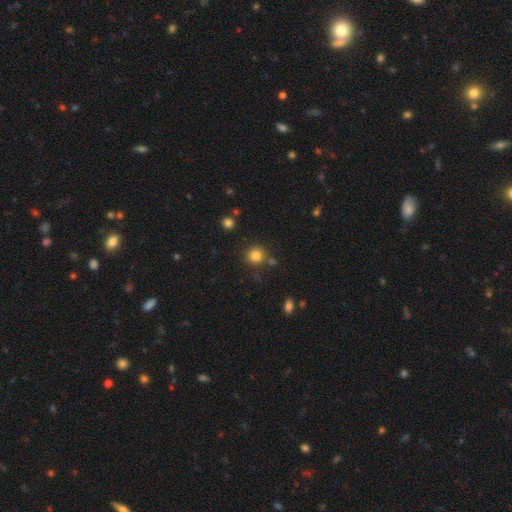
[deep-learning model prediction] A smooth galaxy with no disk features (82%) that is round (92%). Merging: none (79%).